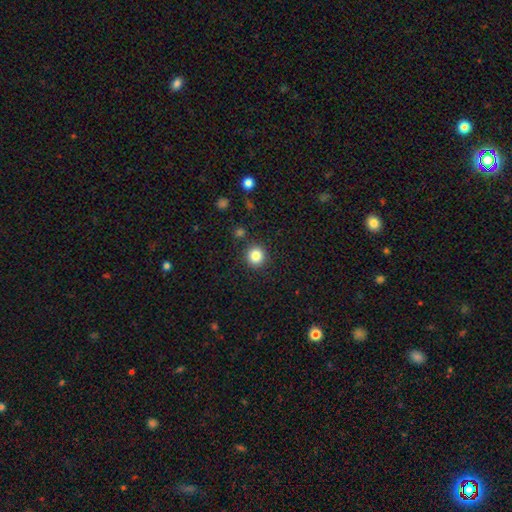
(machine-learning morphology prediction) smooth 85%, star or artifact 11%, featured or disk 5%. Down the decision tree: how rounded — round (93%); merging — none (89%).